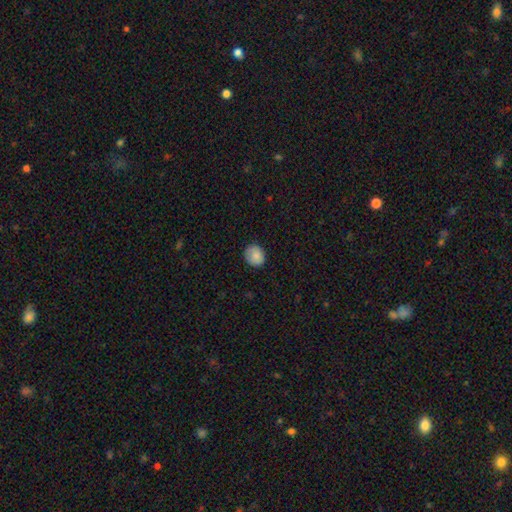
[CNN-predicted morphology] Smooth or featured? Predicted: smooth (p=0.86). How rounded? Predicted: round (p=0.77). Merging? Predicted: none (p=0.84).